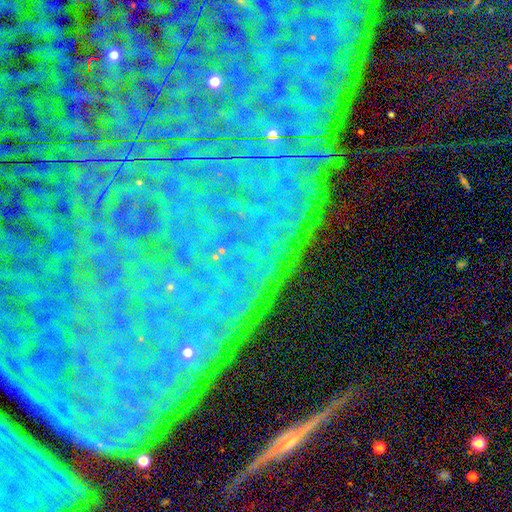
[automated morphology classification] A star or artifact, not a galaxy (77%).